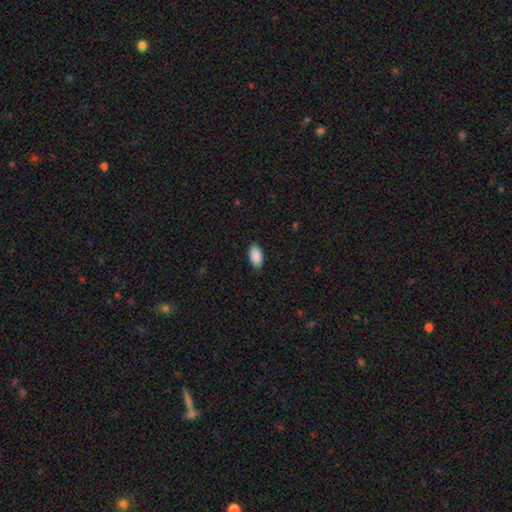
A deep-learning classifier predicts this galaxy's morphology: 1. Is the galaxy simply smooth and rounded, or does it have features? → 91% smooth, 6% star or artifact, 3% featured or disk.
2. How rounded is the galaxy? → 95% in between, 3% round, 2% cigar-shaped.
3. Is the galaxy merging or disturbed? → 88% none, 9% minor disturbance, 2% major disturbance, 1% merger.